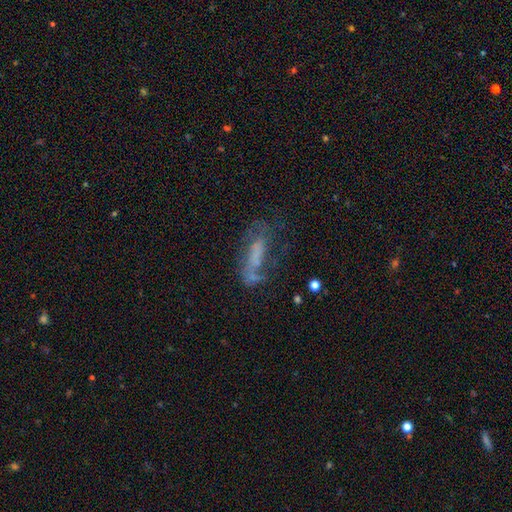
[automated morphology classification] featured or disk 48%, smooth 38%, star or artifact 14%. Down the decision tree: merging — none (38%).